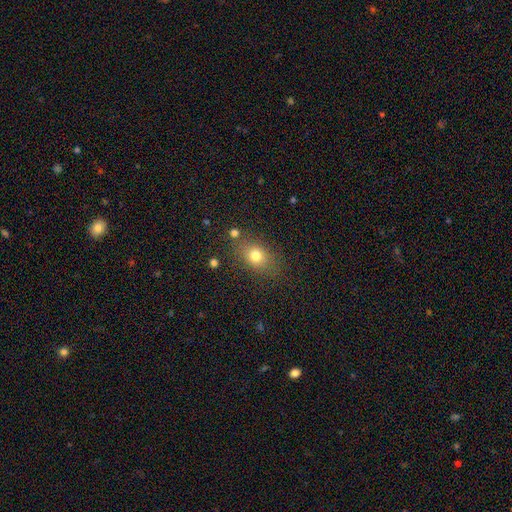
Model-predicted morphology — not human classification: Q: Smooth or featured?
A: smooth (76%); runner-up: star or artifact (13%)
Q: How rounded?
A: in between (64%); runner-up: round (34%)
Q: Merging?
A: none (76%); runner-up: minor disturbance (14%)